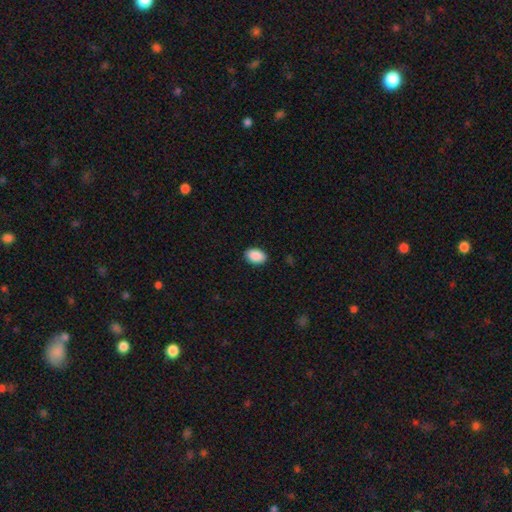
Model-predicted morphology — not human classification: Smooth or featured?
  - smooth: 90% *
  - star or artifact: 7%
  - featured or disk: 3%
How rounded?
  - in between: 86% *
  - round: 12%
  - cigar-shaped: 1%
Merging?
  - none: 89% *
  - minor disturbance: 9%
  - major disturbance: 2%
  - merger: 1%